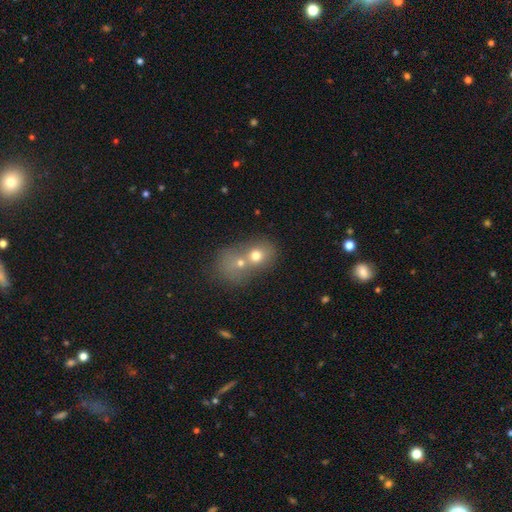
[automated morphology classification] Overall: smooth (67%). How rounded: round (61%; in between 38%). Merging: merger (68%).